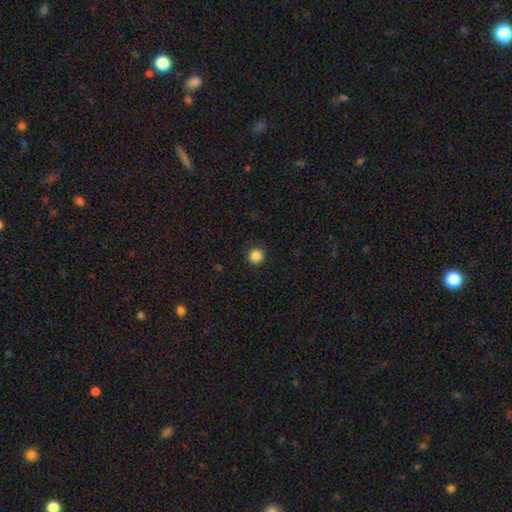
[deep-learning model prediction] This is clearly a smooth galaxy (87%). How rounded: clearly round (95%). Merging: clearly none (93%).